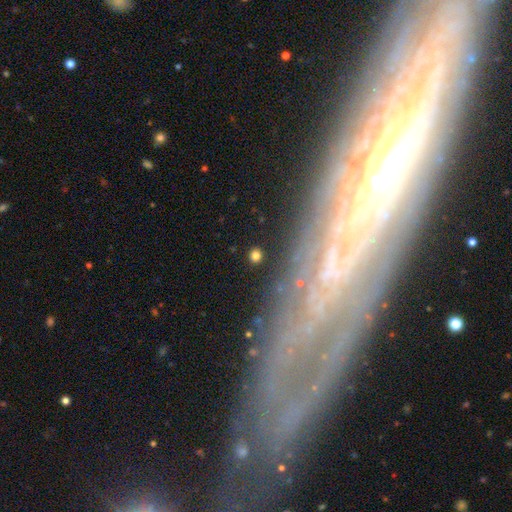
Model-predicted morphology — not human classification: Overall: smooth (76%). How rounded: round (89%). Merging: none (89%).